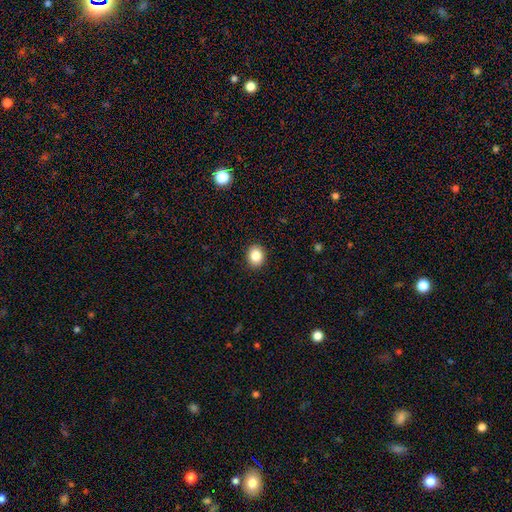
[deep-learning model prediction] Overall: smooth (85%). How rounded: round (60%; in between 39%). Merging: none (91%).